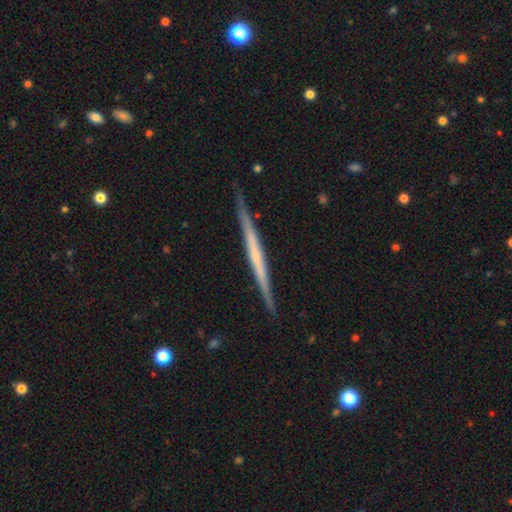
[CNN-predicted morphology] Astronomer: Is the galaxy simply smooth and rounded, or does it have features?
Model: featured or disk — 69%.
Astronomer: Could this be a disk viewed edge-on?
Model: yes — 98%.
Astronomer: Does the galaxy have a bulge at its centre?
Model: none — 76%.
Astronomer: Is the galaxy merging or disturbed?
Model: none — 89%.